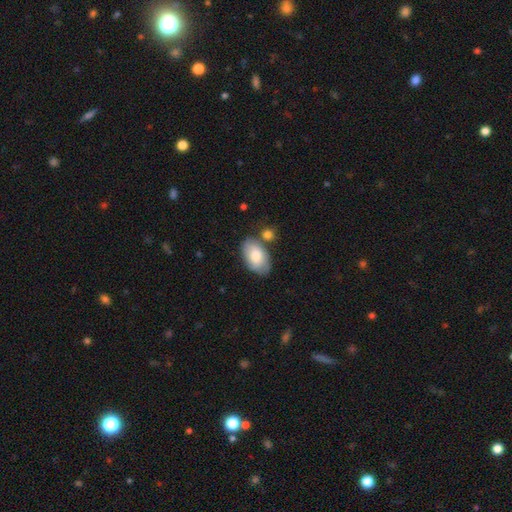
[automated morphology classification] Smooth or featured? Predicted: smooth (p=0.78). How rounded? Predicted: in between (p=0.93). Merging? Predicted: none (p=0.63).